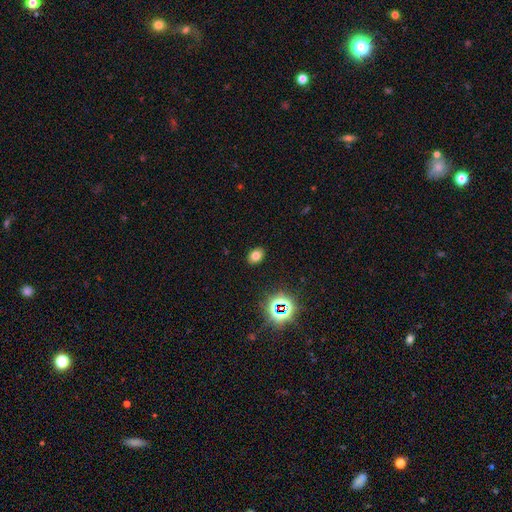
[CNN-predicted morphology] Smooth or featured: smooth — 73% (star or artifact — 18%)
How rounded: in between — 72% (round — 27%)
Merging: none — 89% (minor disturbance — 8%)